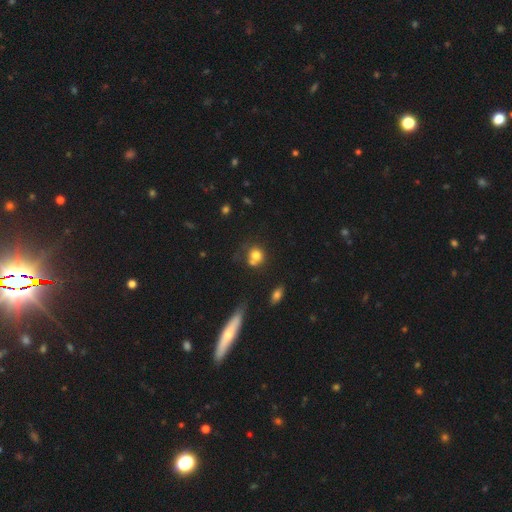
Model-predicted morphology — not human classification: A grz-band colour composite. It shows a smooth galaxy with no disk features (77%) that is round (79%). Merging: none (48%).